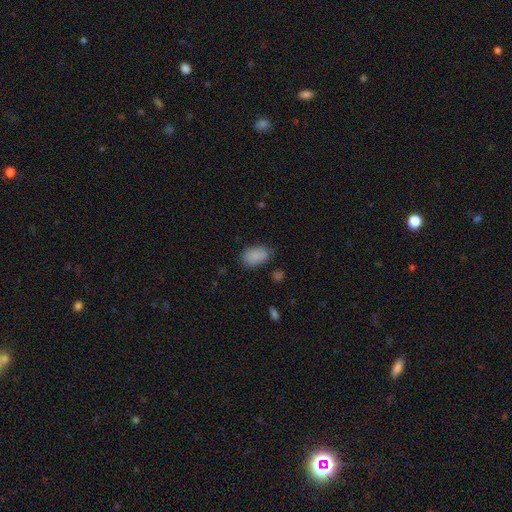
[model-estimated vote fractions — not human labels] Q: Smooth or featured?
A: smooth (87%); runner-up: star or artifact (8%)
Q: How rounded?
A: in between (88%); runner-up: round (10%)
Q: Merging?
A: none (73%); runner-up: minor disturbance (20%)